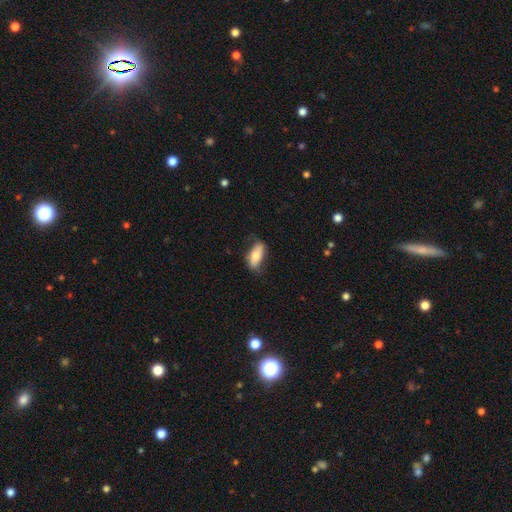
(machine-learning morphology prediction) smooth_or_featured: smooth (p=0.70) [alt: featured or disk p=0.23]
how_rounded: in between (p=0.83) [alt: cigar-shaped p=0.14]
merging: none (p=0.67) [alt: minor disturbance p=0.24]